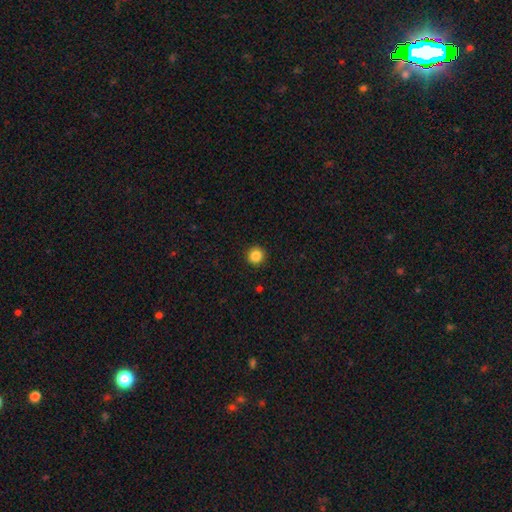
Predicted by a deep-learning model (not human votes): Overall: smooth (85%). How rounded: round (94%). Merging: none (93%).